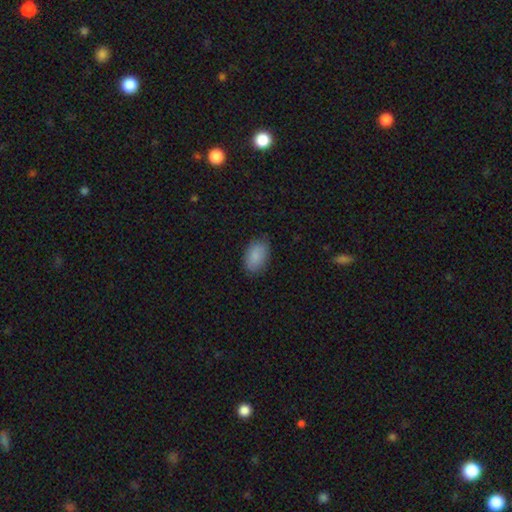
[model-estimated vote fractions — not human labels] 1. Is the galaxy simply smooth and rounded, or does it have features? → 88% smooth, 7% star or artifact, 5% featured or disk.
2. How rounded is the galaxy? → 90% in between, 9% round, 1% cigar-shaped.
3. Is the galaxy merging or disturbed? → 80% none, 16% minor disturbance, 3% major disturbance, 1% merger.